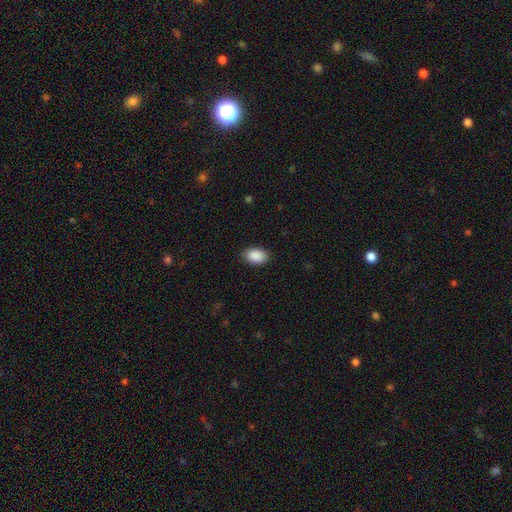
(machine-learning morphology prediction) smooth_or_featured: smooth (p=0.91) [alt: star or artifact p=0.06]
how_rounded: in between (p=0.92) [alt: round p=0.07]
merging: none (p=0.87) [alt: minor disturbance p=0.09]